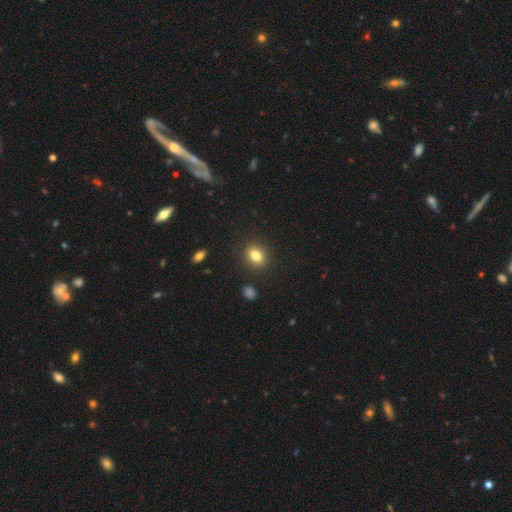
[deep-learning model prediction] smooth-or-featured: smooth: 82% | star or artifact: 10% | featured or disk: 8%
  how-rounded: in between: 59% | round: 39% | cigar-shaped: 2%
  merging: none: 88% | minor disturbance: 8% | major disturbance: 2% | merger: 2%